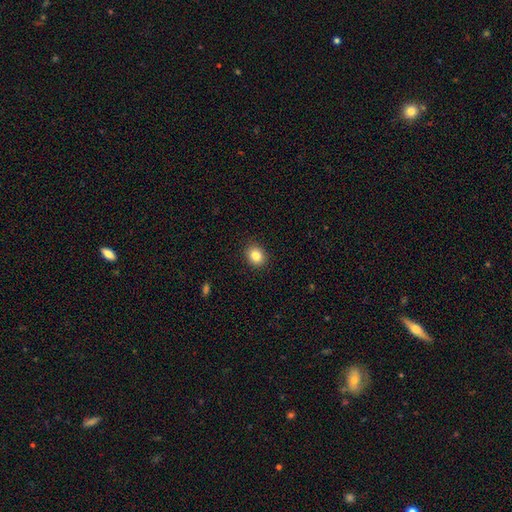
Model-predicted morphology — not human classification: smooth_or_featured: smooth (p=0.84) [alt: star or artifact p=0.10]
how_rounded: round (p=0.63) [alt: in between p=0.36]
merging: none (p=0.90) [alt: minor disturbance p=0.07]